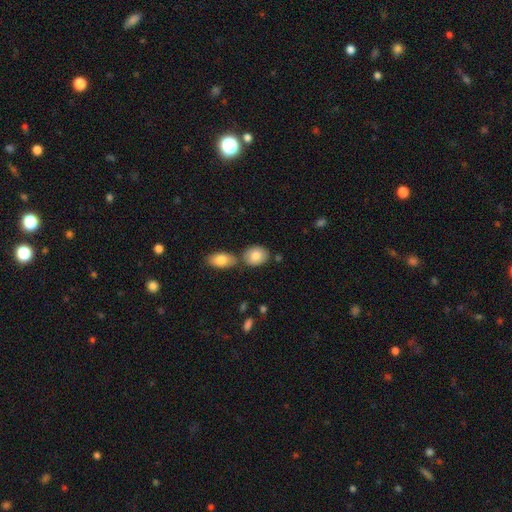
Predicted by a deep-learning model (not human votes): This appears to be a smooth galaxy with no disk features (82%) that is in between round and cigar-shaped (64%). Merging: none (62%).